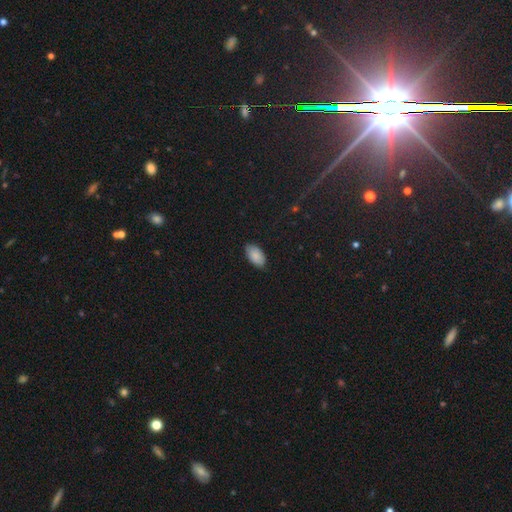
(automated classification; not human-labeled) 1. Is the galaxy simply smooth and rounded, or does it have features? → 86% smooth, 7% featured or disk, 7% star or artifact.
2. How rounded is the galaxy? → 95% in between, 3% round, 2% cigar-shaped.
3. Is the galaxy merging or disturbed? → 84% none, 13% minor disturbance, 2% major disturbance, 1% merger.